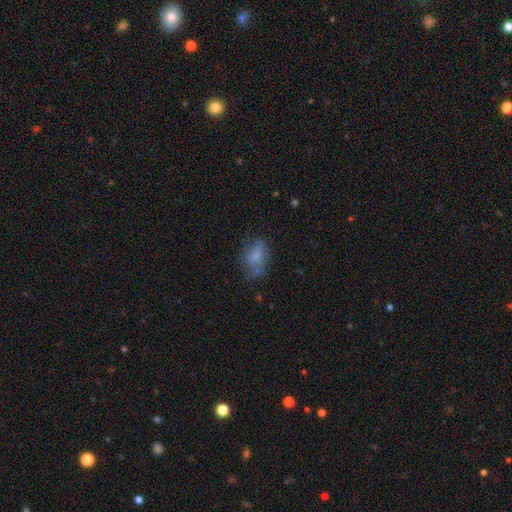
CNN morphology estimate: Overall: smooth (66%). How rounded: in between (84%). Merging: none (49%; minor disturbance 27%).